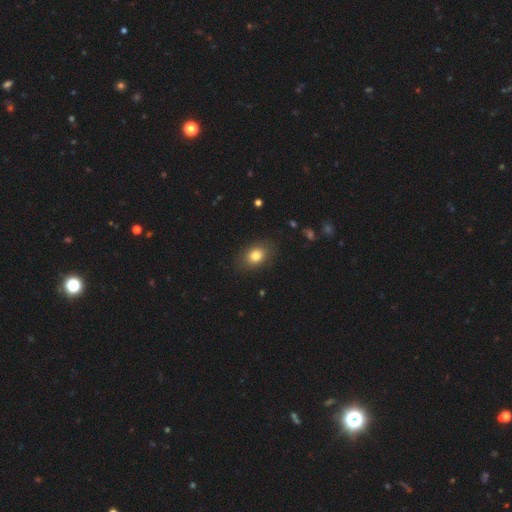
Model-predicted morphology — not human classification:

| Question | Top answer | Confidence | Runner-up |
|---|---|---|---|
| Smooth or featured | smooth | 81% | star or artifact (10%) |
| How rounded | in between | 67% | round (32%) |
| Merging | none | 85% | minor disturbance (11%) |